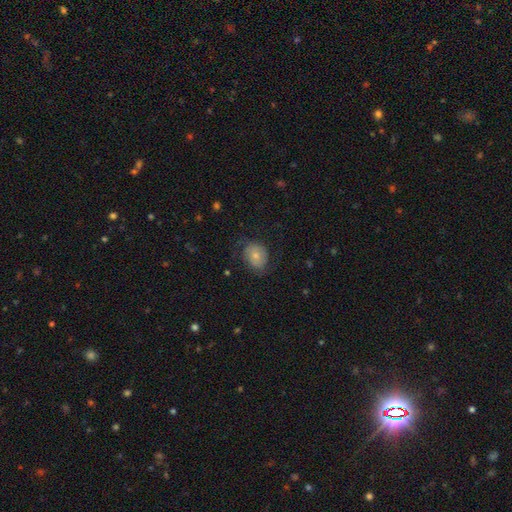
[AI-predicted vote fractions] This is possibly a smooth galaxy (56%). How rounded: possibly round (55%). Merging: likely none (62%).